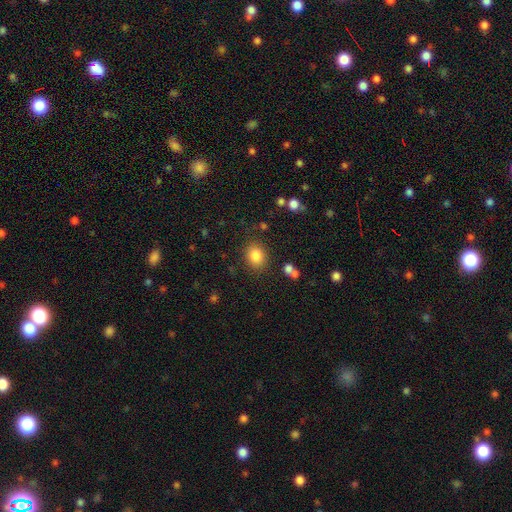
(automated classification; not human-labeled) Q: Smooth or featured?
A: smooth (84%); runner-up: star or artifact (10%)
Q: How rounded?
A: round (55%); runner-up: in between (44%)
Q: Merging?
A: none (83%); runner-up: minor disturbance (10%)